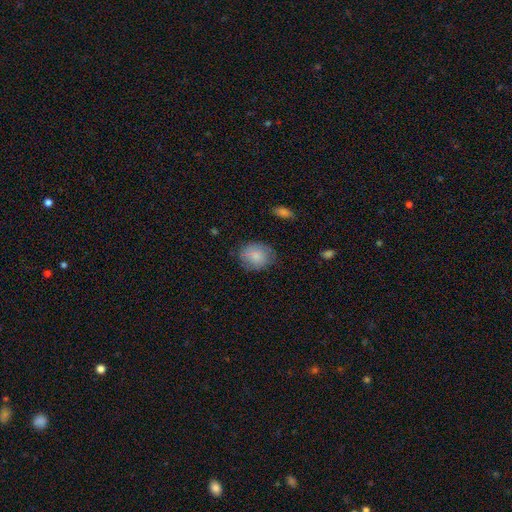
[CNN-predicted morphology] smooth_or_featured: smooth (p=0.78) [alt: featured or disk p=0.15]
how_rounded: round (p=0.56) [alt: in between p=0.43]
merging: none (p=0.71) [alt: minor disturbance p=0.21]